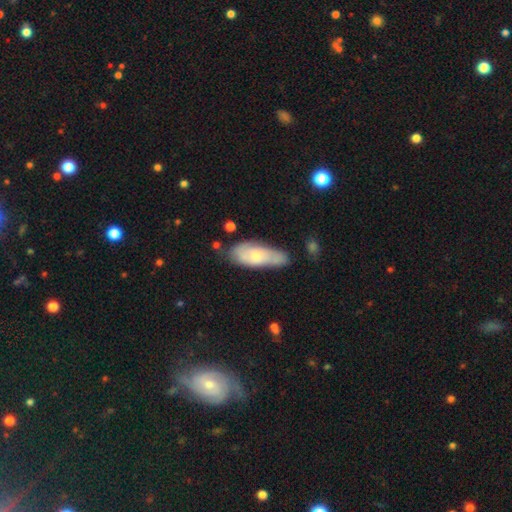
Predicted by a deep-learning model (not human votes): A smooth galaxy with no disk features (60%) that is in between round and cigar-shaped (70%).

Vote fractions:
- Smooth or featured? smooth: 60% / featured or disk: 34% / star or artifact: 6%
- How rounded? in between: 70% / cigar-shaped: 28% / round: 2%
- Merging? none: 54% / minor disturbance: 31% / major disturbance: 9% / merger: 6%